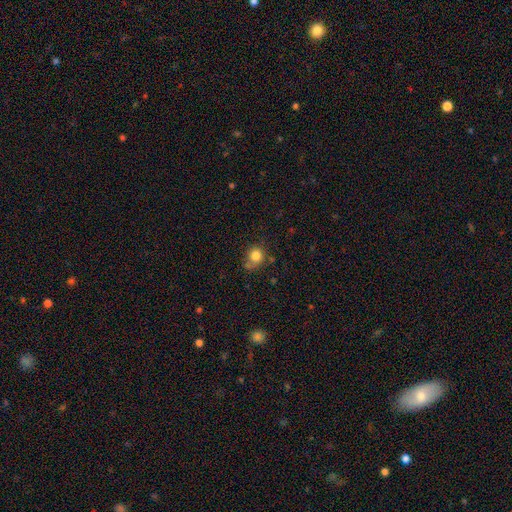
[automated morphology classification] Smooth or featured? Predicted: smooth (p=0.82). How rounded? Predicted: round (p=0.78). Merging? Predicted: none (p=0.55).